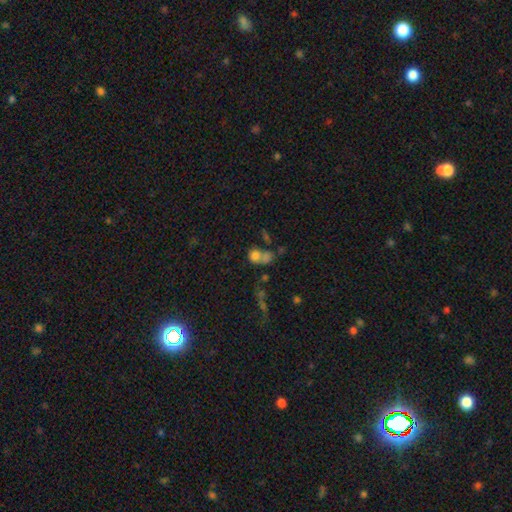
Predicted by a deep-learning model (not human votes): Smooth or featured? smooth (67%)
How rounded? round (59%)
Merging? merger (50%)